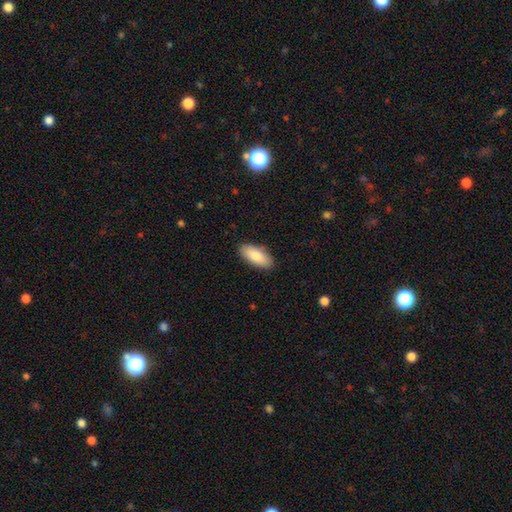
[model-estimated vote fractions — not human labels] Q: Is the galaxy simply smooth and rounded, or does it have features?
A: smooth — 83%.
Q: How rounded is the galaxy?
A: in between — 85%.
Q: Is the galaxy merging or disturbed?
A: none — 88%.